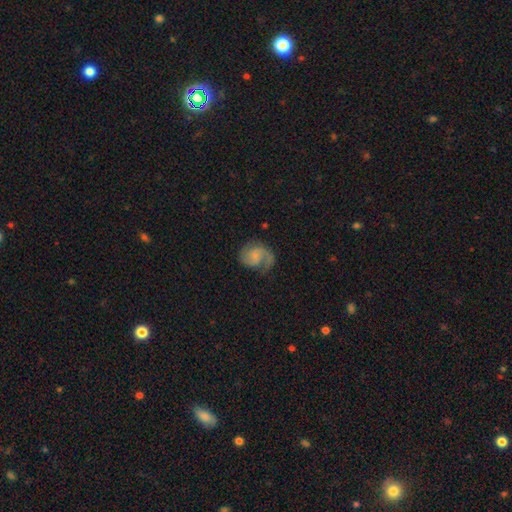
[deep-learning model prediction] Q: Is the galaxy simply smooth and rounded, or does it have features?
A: featured or disk — 71%.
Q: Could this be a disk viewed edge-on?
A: no — 98%.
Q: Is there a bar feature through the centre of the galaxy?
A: no — 63%.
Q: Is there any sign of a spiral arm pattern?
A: yes — 94%.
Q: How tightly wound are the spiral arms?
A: medium — 48%.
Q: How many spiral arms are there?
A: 2 — 69%.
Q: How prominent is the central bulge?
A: none — 38%.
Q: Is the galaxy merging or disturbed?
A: none — 61%.